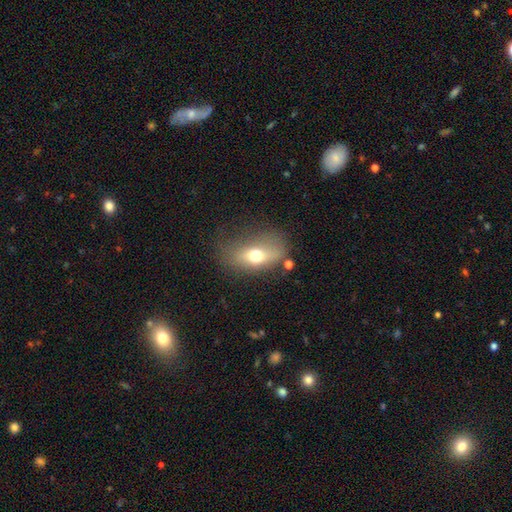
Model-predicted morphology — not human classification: A smooth galaxy with no disk features (62%) that is in between round and cigar-shaped (80%).

Vote fractions:
- Smooth or featured? smooth: 62% / featured or disk: 27% / star or artifact: 11%
- How rounded? in between: 80% / round: 15% / cigar-shaped: 5%
- Merging? none: 58% / minor disturbance: 23% / major disturbance: 14% / merger: 5%